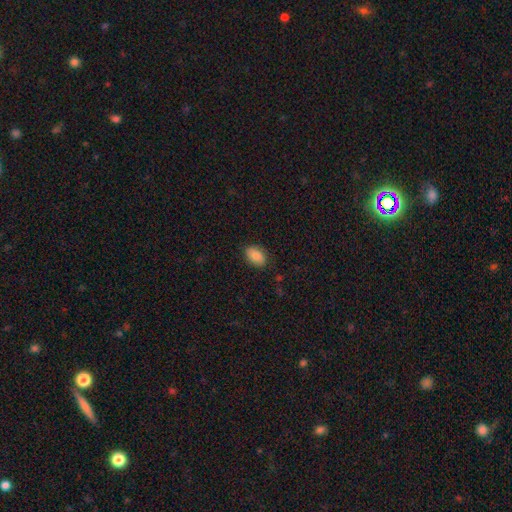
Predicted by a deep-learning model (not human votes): A smooth galaxy with no disk features (85%) that is in between round and cigar-shaped (87%). Merging: none (86%).